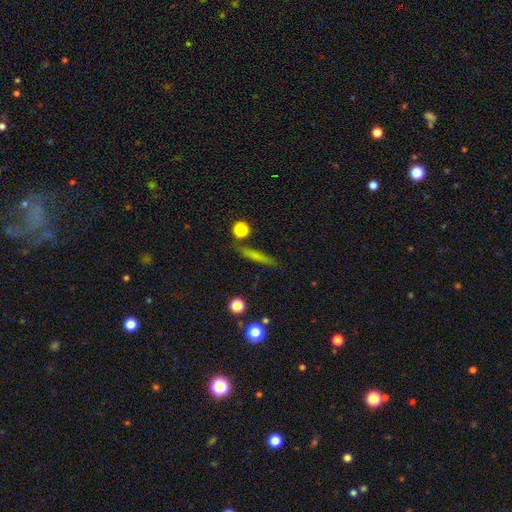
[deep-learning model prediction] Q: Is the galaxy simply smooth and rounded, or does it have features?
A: smooth — 64%.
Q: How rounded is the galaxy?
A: cigar-shaped — 87%.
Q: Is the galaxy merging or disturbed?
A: none — 82%.